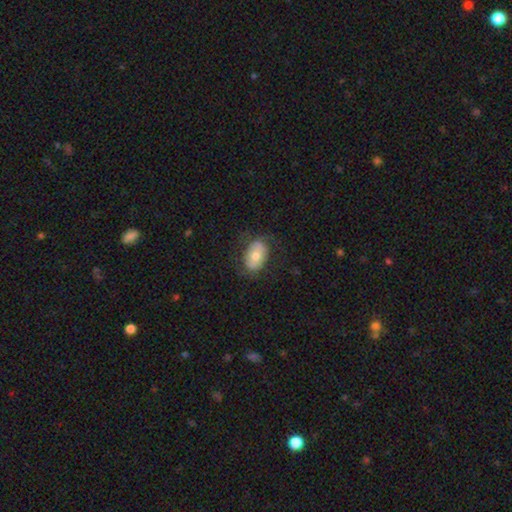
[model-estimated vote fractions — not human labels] Smooth or featured? smooth (62%)
How rounded? in between (87%)
Merging? none (71%)